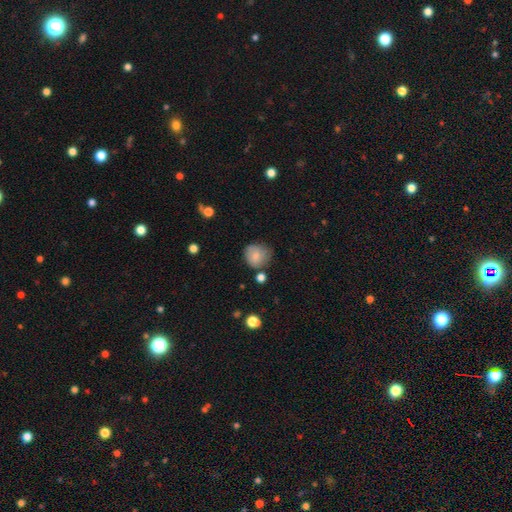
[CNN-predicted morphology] Q: Smooth or featured?
A: smooth (78%); runner-up: featured or disk (13%)
Q: How rounded?
A: round (81%); runner-up: in between (18%)
Q: Merging?
A: none (63%); runner-up: minor disturbance (26%)